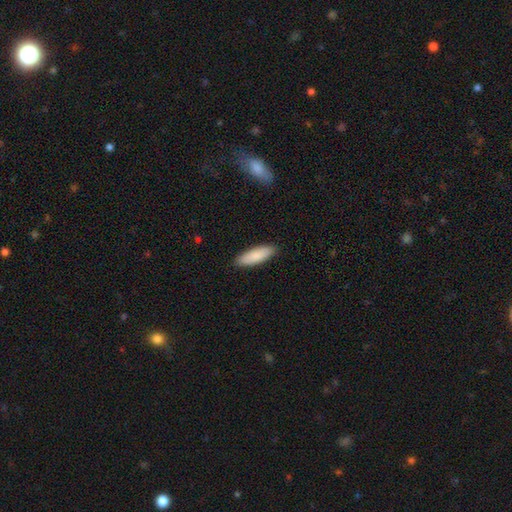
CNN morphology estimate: type=smooth (88%); roundness=in between (52%); merging=none (90%).